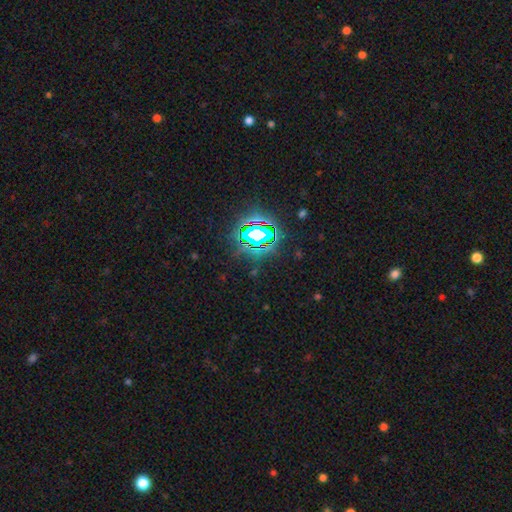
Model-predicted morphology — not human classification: Smooth or featured? Predicted: star or artifact (p=0.78).